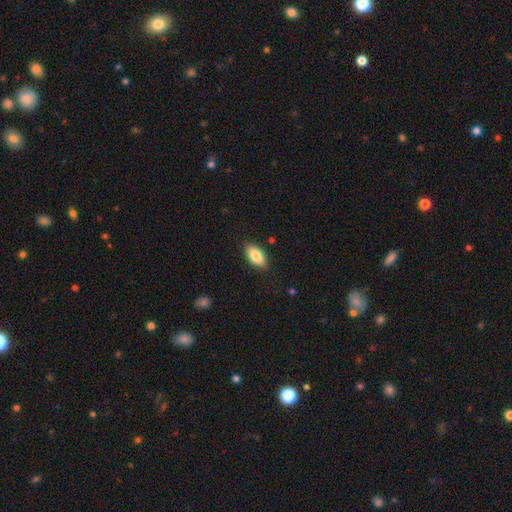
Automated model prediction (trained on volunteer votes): Smooth or featured? smooth (85%)
How rounded? in between (91%)
Merging? none (87%)